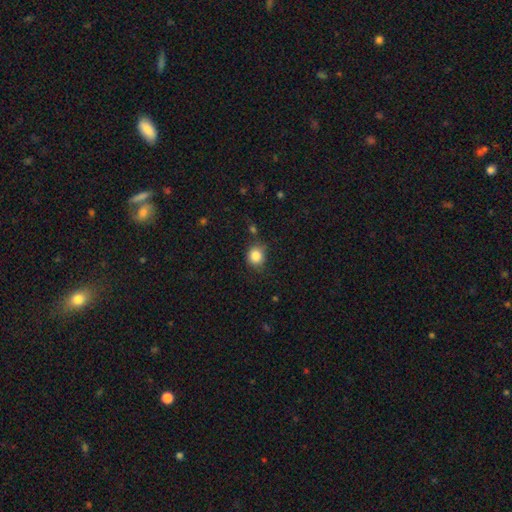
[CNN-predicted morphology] A smooth galaxy with no disk features (85%) that is round (83%).

Vote fractions:
- Smooth or featured? smooth: 85% / star or artifact: 10% / featured or disk: 5%
- How rounded? round: 83% / in between: 16% / cigar-shaped: 1%
- Merging? none: 74% / minor disturbance: 18% / major disturbance: 5% / merger: 4%